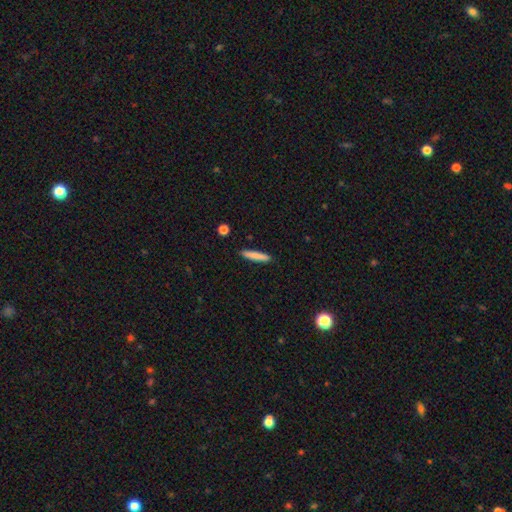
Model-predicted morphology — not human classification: Smooth or featured? Predicted: smooth (p=0.81). How rounded? Predicted: cigar-shaped (p=0.92). Merging? Predicted: none (p=0.91).